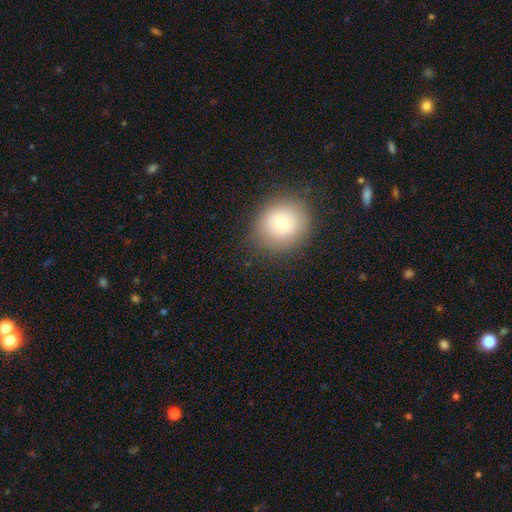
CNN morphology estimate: Smooth or featured?
  - smooth: 70% *
  - star or artifact: 16%
  - featured or disk: 14%
How rounded?
  - round: 82% *
  - in between: 17%
  - cigar-shaped: 1%
Merging?
  - none: 87% *
  - minor disturbance: 9%
  - major disturbance: 3%
  - merger: 1%